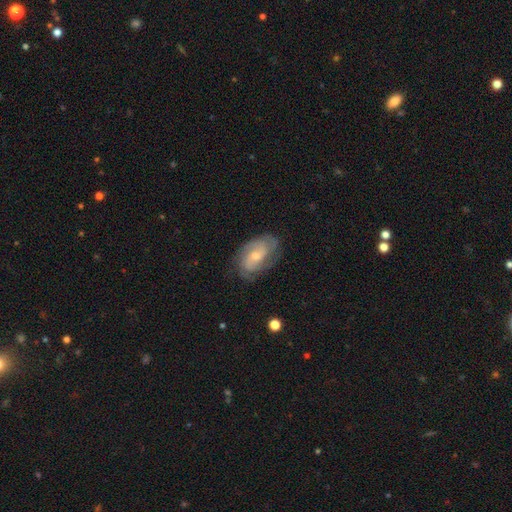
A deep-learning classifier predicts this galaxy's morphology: Smooth or featured? Predicted: featured or disk (p=0.76). Edge-on disk? Predicted: no (p=0.96). Bar? Predicted: no (p=0.58). Spiral arms? Predicted: yes (p=0.93). Spiral winding? Predicted: tight (p=0.45). Spiral arm count? Predicted: 2 (p=0.48). Bulge size? Predicted: small (p=0.57). Merging? Predicted: none (p=0.72).